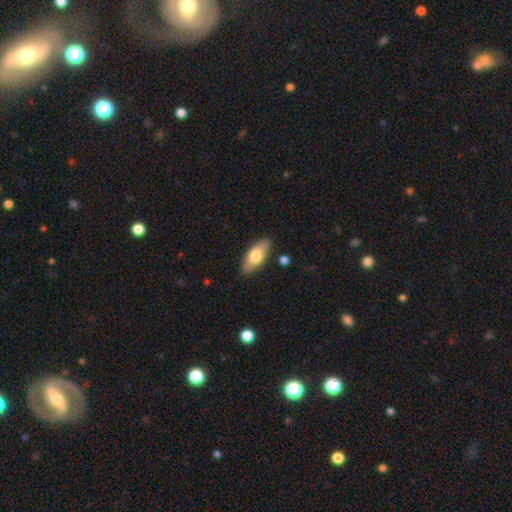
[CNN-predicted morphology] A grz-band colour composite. It shows a smooth galaxy with no disk features (65%) that is in between round and cigar-shaped (81%). Merging: none (86%).